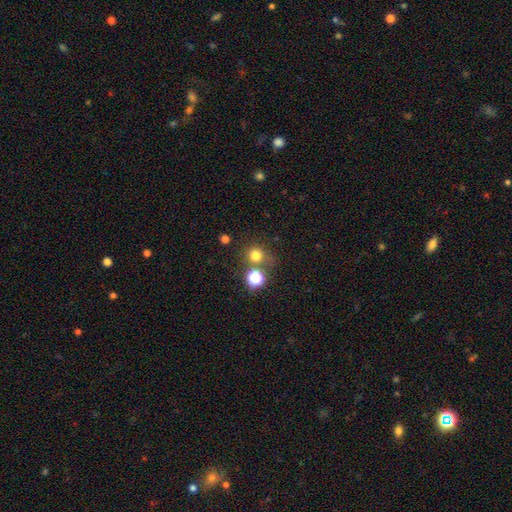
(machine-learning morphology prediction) Overall: smooth (73%). How rounded: round (90%). Merging: none (70%).